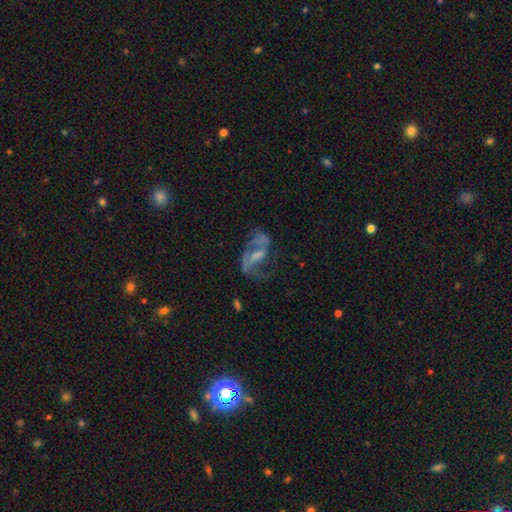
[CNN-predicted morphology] This is likely a featured or disk galaxy (72%). It is clearly not viewed edge-on (96%). Bar: marginally weak (45%). Spiral arm pattern: likely yes (75%). Spiral arm count: likely 2 (69%). Spiral winding: possibly loose (52%). Central bulge: marginally none (33%). Merging: marginally none (38%).